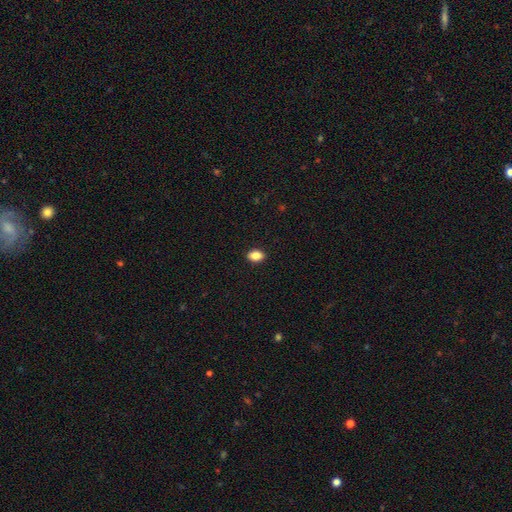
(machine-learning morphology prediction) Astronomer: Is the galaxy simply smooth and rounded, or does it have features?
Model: smooth — 86%.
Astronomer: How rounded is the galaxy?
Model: in between — 82%.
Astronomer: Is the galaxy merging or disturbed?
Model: none — 90%.